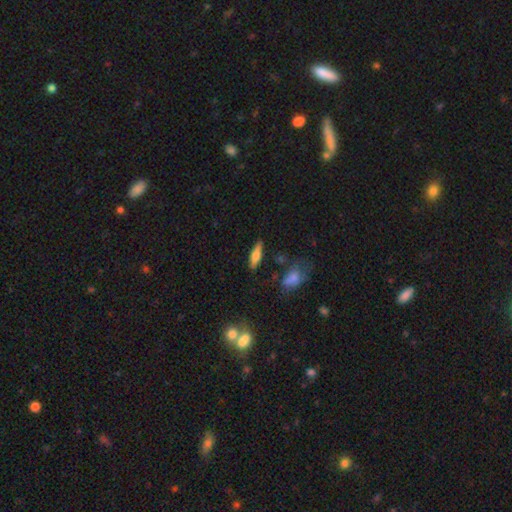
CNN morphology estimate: A smooth galaxy with no disk features (53%) that is cigar-shaped (58%). Merging: none (83%).